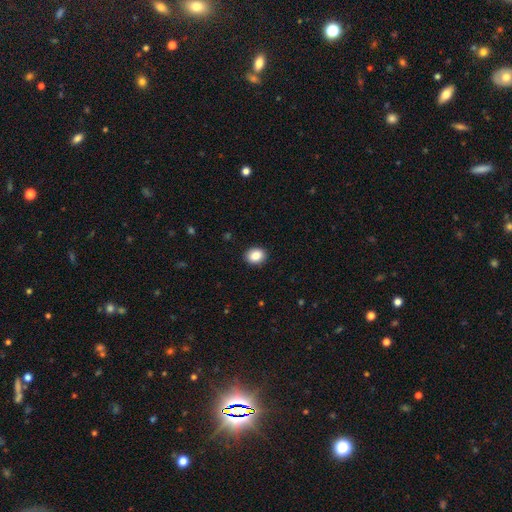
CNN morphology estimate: This appears to be a smooth galaxy with no disk features (88%) that is in between round and cigar-shaped (53%). Merging: none (91%).